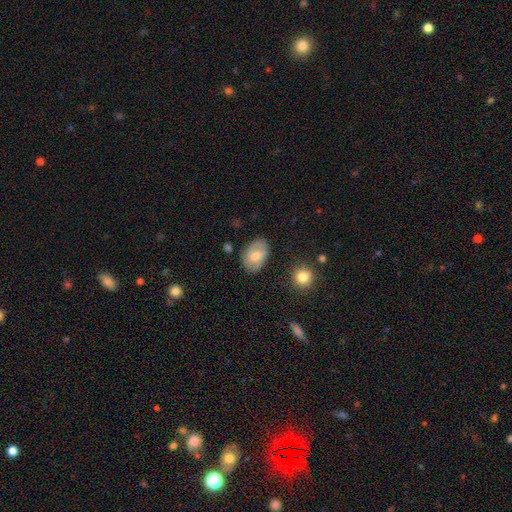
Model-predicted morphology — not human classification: smooth_or_featured: smooth (p=0.56) [alt: featured or disk p=0.37]
how_rounded: in between (p=0.83) [alt: round p=0.15]
merging: none (p=0.76) [alt: minor disturbance p=0.17]